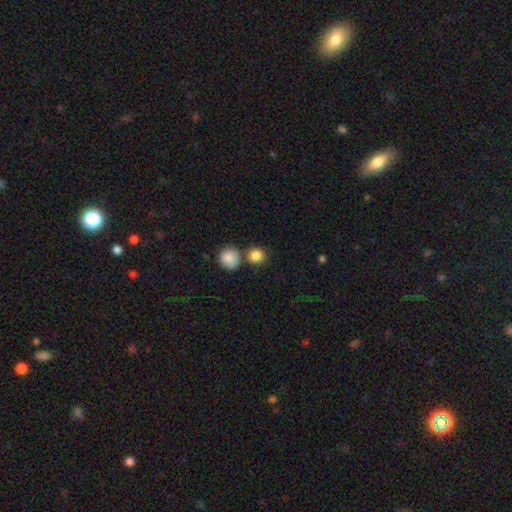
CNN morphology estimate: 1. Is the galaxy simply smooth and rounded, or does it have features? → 86% smooth, 9% star or artifact, 5% featured or disk.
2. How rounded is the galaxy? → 88% round, 11% in between, 1% cigar-shaped.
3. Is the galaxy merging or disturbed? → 68% none, 21% merger, 9% minor disturbance, 3% major disturbance.